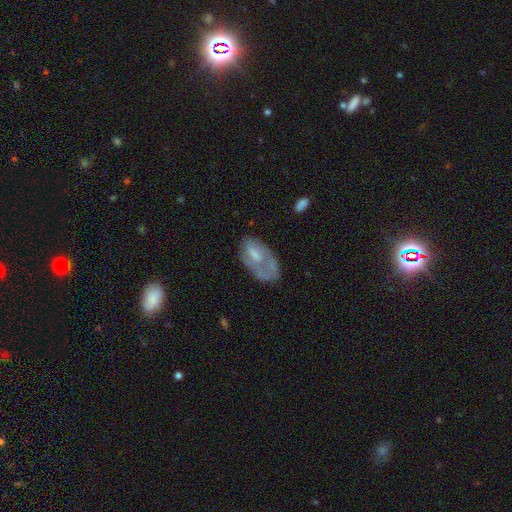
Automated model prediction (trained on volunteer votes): The model was most divided on "smooth or featured": smooth: 50%, featured or disk: 42%, star or artifact: 8%. Remaining: how rounded — in between (91%); merging — none (38%).